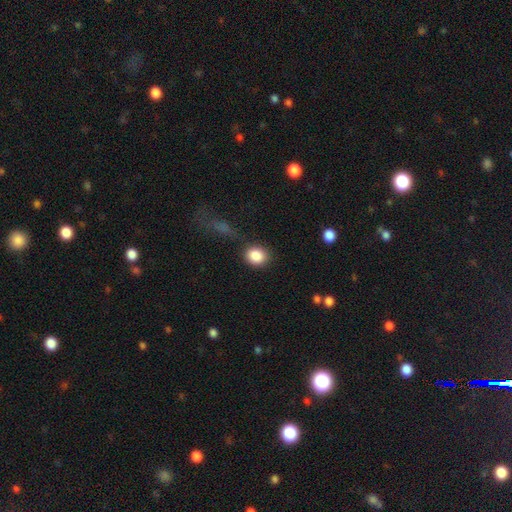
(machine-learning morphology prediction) Smooth or featured: smooth — 87% (star or artifact — 9%)
How rounded: round — 66% (in between — 33%)
Merging: none — 78% (minor disturbance — 13%)